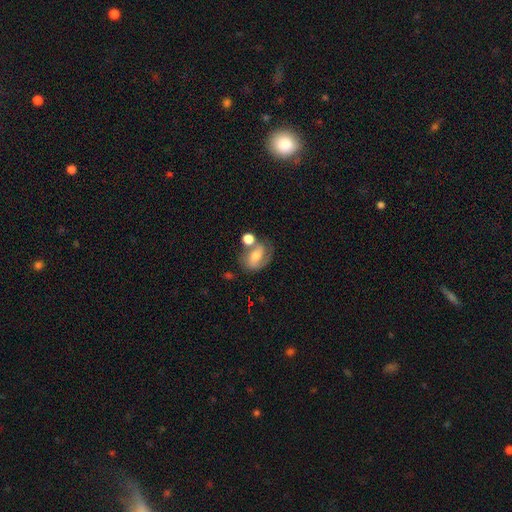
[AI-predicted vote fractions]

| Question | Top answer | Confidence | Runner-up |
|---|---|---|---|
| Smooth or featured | featured or disk | 57% | smooth (34%) |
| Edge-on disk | no | 96% | yes (4%) |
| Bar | weak | 39% | no (38%) |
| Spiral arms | yes | 84% | no (16%) |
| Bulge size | moderate | 56% | small (27%) |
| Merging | none | 46% | merger (25%) |